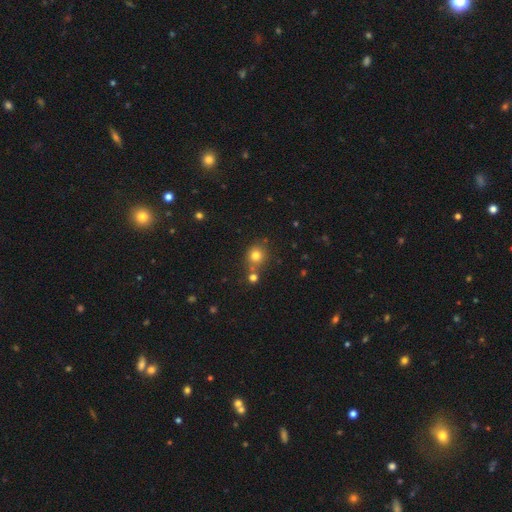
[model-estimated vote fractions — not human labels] Morphology: type=smooth (77%); roundness=round (83%); merging=none (64%).